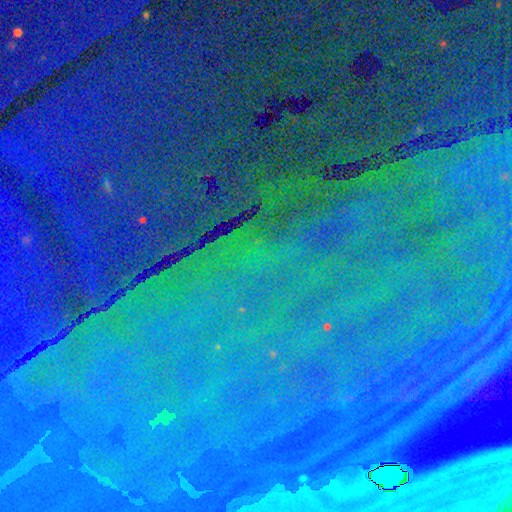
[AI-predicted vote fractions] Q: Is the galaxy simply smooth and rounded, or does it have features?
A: star or artifact — 84%.